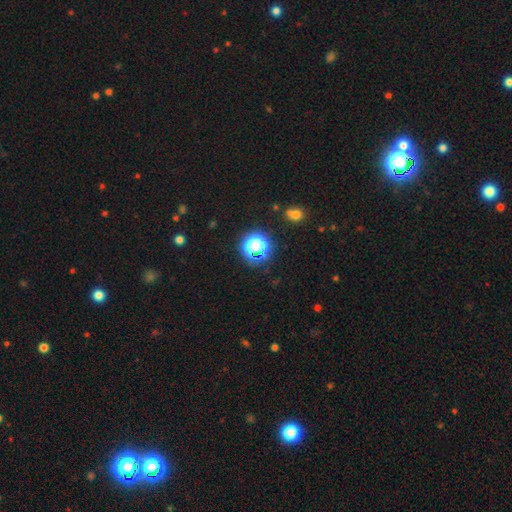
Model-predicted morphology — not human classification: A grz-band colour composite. It shows a star or artifact, not a galaxy (68%).